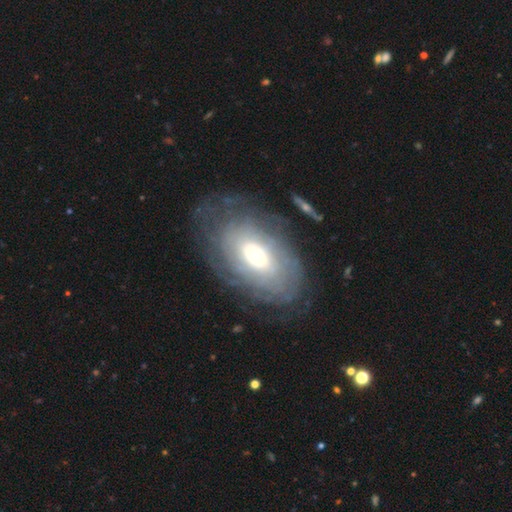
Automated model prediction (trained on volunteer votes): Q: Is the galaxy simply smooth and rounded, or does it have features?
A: featured or disk — 67%.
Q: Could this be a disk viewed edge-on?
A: no — 94%.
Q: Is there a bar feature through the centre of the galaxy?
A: no — 79%.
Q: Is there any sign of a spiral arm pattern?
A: yes — 75%.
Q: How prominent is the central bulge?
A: moderate — 40%.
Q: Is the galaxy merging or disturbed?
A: none — 67%.